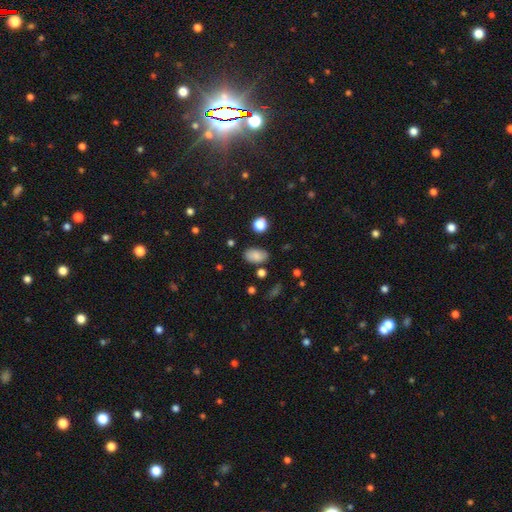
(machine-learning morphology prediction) type=smooth (83%); roundness=in between (91%); merging=none (80%).